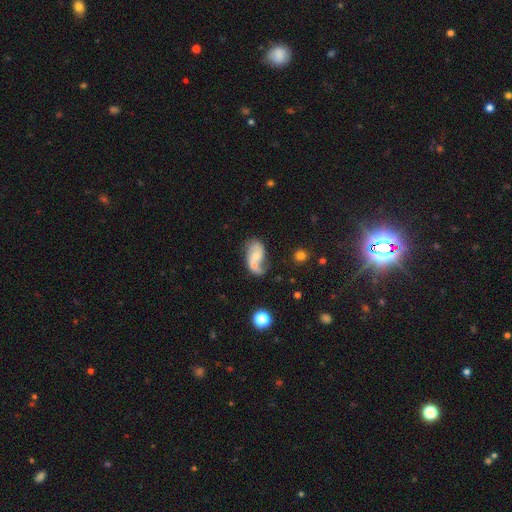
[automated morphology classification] featured or disk 55%, smooth 36%, star or artifact 9%. Down the decision tree: edge-on disk — no (96%); bar — no (66%); spiral arms — yes (73%); bulge size — small (44%); merging — merger (48%).